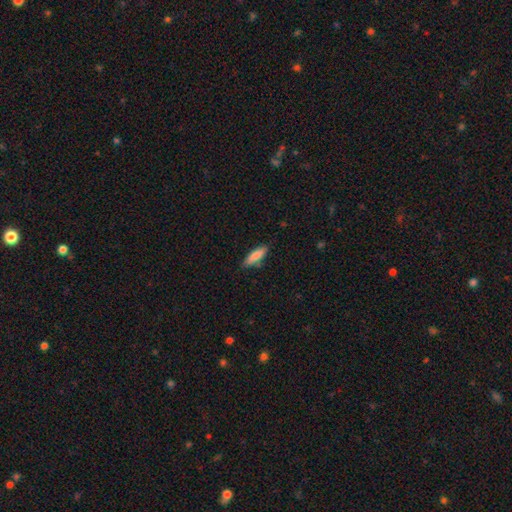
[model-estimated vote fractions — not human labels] This appears to be a smooth galaxy with no disk features (84%) that is cigar-shaped (56%). Merging: none (80%).